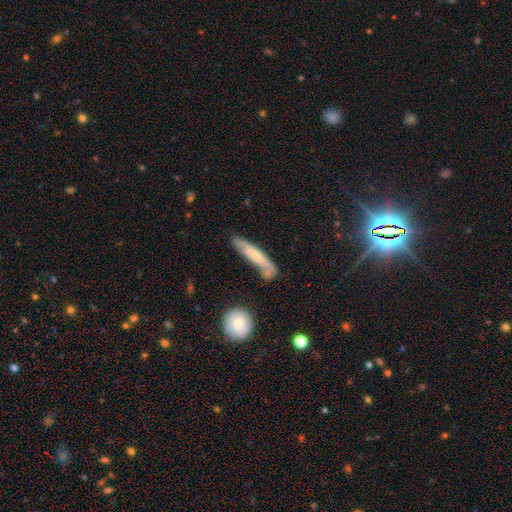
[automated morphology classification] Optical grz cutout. It shows a smooth galaxy with no disk features (57%) that is cigar-shaped (85%). Merging: none (60%).